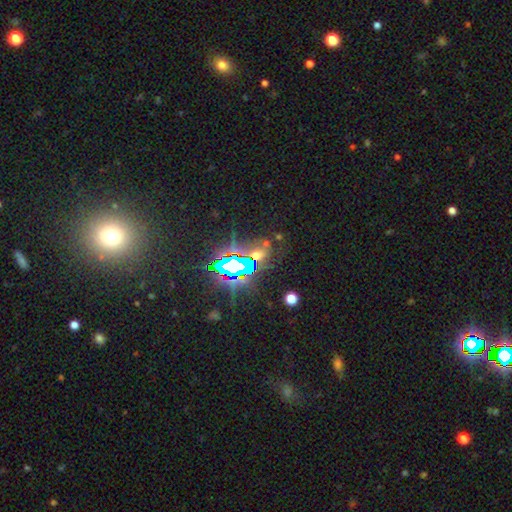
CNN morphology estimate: This is likely a star or artifact rather than a galaxy (70%).